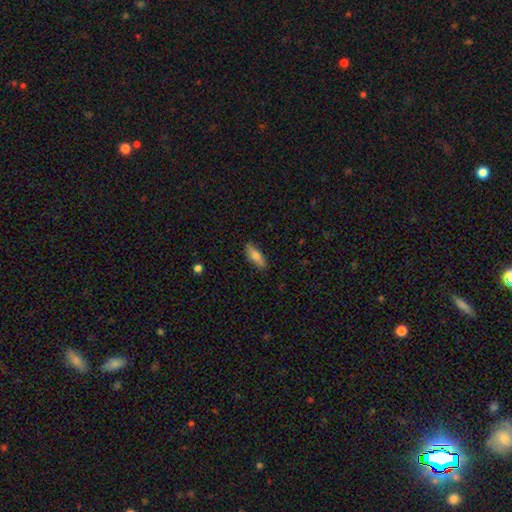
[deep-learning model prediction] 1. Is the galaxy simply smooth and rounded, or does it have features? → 72% smooth, 22% featured or disk, 6% star or artifact.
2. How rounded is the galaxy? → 59% in between, 38% cigar-shaped, 2% round.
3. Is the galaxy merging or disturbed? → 85% none, 12% minor disturbance, 2% major disturbance, 1% merger.